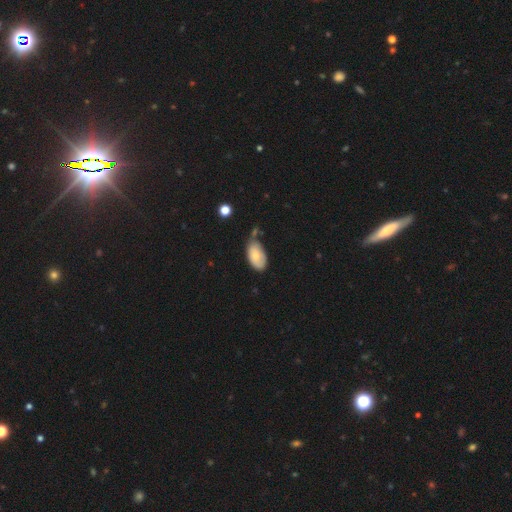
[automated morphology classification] A smooth galaxy with no disk features (76%) that is in between round and cigar-shaped (94%). Merging: none (49%).